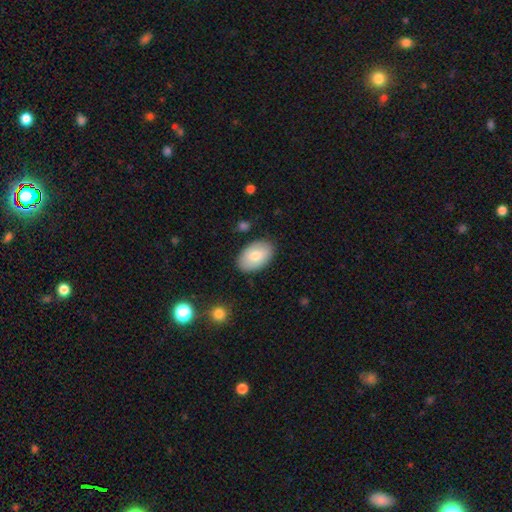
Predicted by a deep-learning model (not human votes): Morphology: type=smooth (77%); roundness=in between (92%); merging=none (86%).